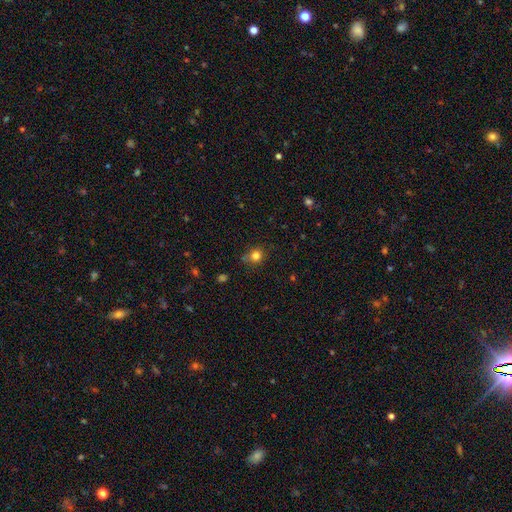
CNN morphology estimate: Smooth or featured? Predicted: smooth (p=0.80). How rounded? Predicted: round (p=0.82). Merging? Predicted: none (p=0.72).